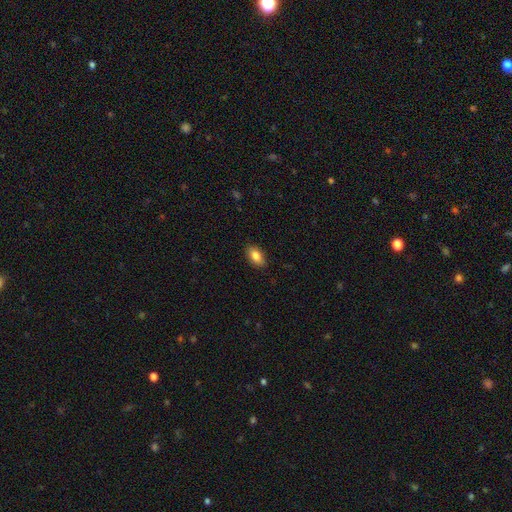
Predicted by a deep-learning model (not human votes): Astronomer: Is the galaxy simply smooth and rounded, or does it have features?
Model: smooth — 85%.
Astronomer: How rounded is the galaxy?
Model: in between — 90%.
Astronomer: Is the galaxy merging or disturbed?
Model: none — 87%.